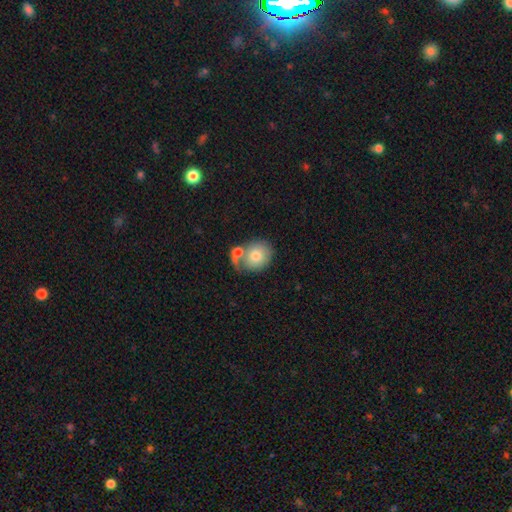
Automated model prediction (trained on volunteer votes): Morphology: type=smooth (73%); roundness=round (66%); merging=merger (40%).